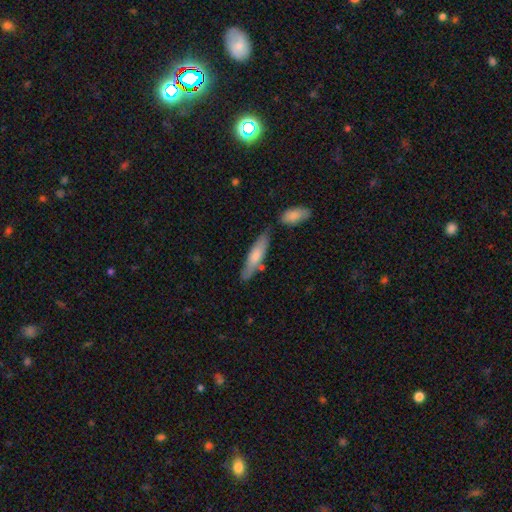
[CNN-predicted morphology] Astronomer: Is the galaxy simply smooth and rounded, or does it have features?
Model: smooth — 67%.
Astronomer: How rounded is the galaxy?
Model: cigar-shaped — 71%.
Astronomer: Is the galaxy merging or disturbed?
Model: none — 68%.